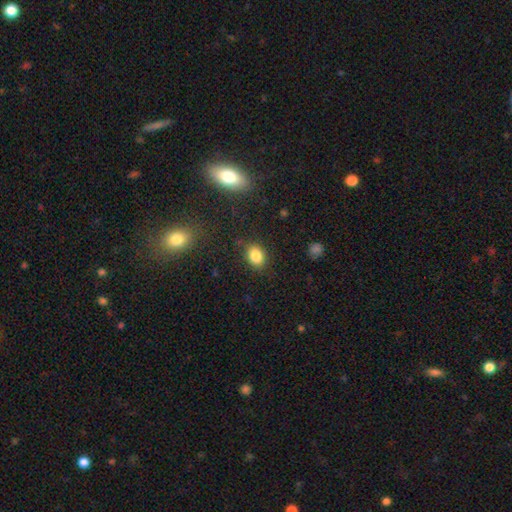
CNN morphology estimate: Smooth or featured? Predicted: smooth (p=0.84). How rounded? Predicted: in between (p=0.64). Merging? Predicted: none (p=0.86).